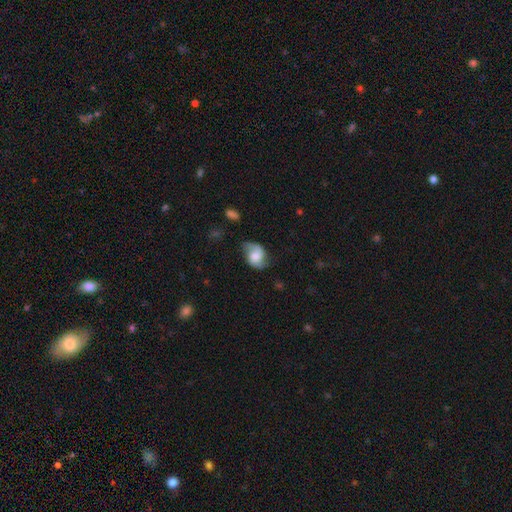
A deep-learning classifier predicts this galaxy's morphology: Overall: featured or disk (55%; smooth 37%). Edge-on disk: no (97%). Bar: no (56%; weak 36%). Spiral arms: yes (89%). Bulge size: moderate (40%; large 22%). Merging: none (58%; minor disturbance 28%).